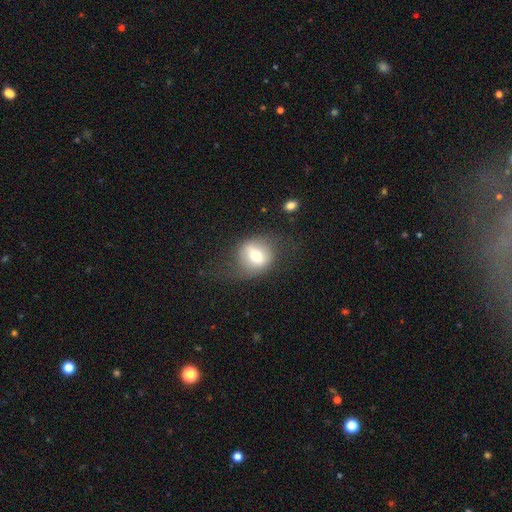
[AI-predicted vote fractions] Smooth or featured? Predicted: smooth (p=0.61). How rounded? Predicted: round (p=0.64). Merging? Predicted: none (p=0.54).